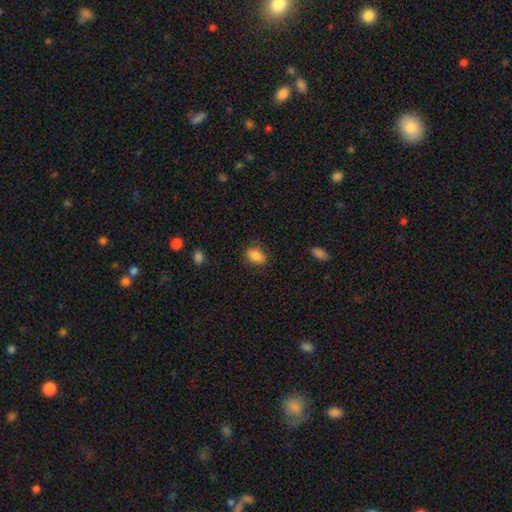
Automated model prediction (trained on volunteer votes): smooth-or-featured: smooth: 86% | star or artifact: 9% | featured or disk: 5%
  how-rounded: in between: 81% | round: 17% | cigar-shaped: 2%
  merging: none: 81% | minor disturbance: 14% | major disturbance: 4% | merger: 1%